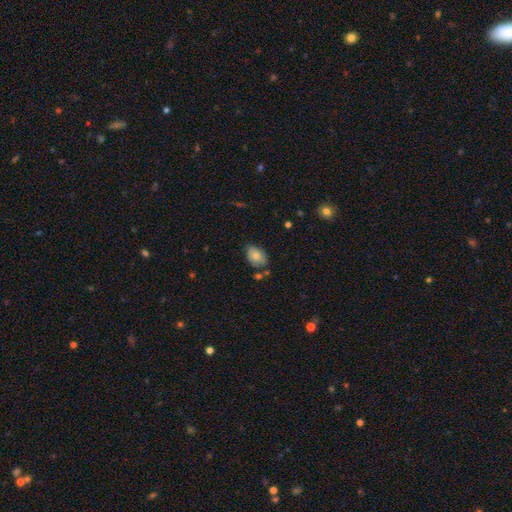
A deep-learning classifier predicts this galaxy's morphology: Q: Smooth or featured?
A: smooth (72%); runner-up: featured or disk (19%)
Q: How rounded?
A: in between (78%); runner-up: round (21%)
Q: Merging?
A: none (67%); runner-up: minor disturbance (23%)